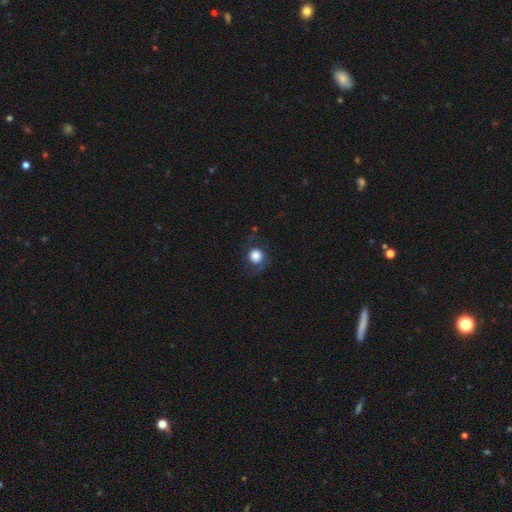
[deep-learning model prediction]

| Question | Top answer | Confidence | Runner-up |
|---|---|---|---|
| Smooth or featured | smooth | 75% | featured or disk (16%) |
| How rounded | round | 84% | in between (15%) |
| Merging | none | 67% | minor disturbance (18%) |